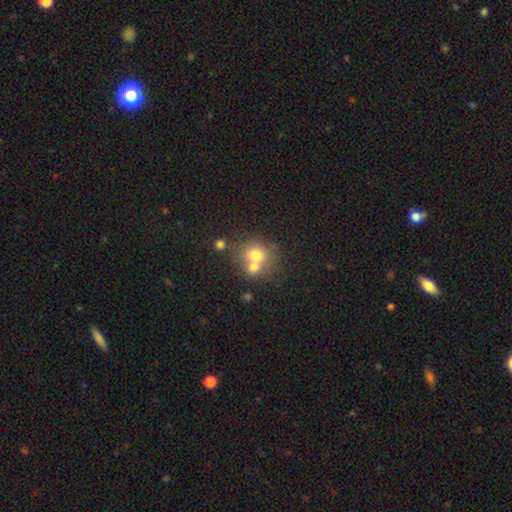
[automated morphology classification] The model was most divided on "merging": merger: 49%, none: 40%, minor disturbance: 8%, major disturbance: 4%. More confident: how rounded — round (79%); smooth or featured — smooth (70%).